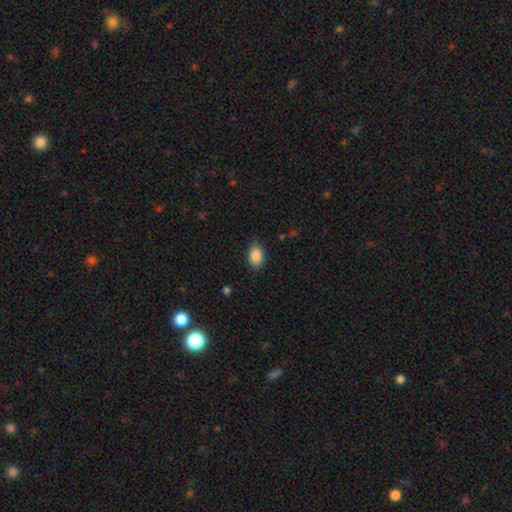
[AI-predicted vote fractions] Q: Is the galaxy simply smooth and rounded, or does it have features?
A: smooth — 88%.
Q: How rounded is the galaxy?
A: in between — 83%.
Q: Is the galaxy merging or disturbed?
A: none — 83%.